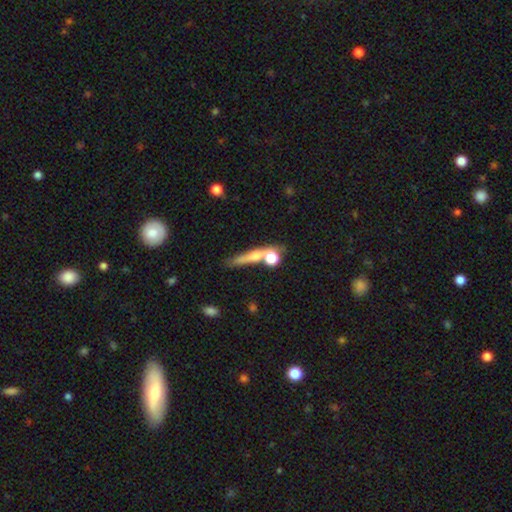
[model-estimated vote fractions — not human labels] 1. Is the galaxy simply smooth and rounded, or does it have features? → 57% smooth, 31% featured or disk, 12% star or artifact.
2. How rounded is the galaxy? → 66% cigar-shaped, 20% round, 14% in between.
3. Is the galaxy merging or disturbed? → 55% none, 23% merger, 14% minor disturbance, 8% major disturbance.